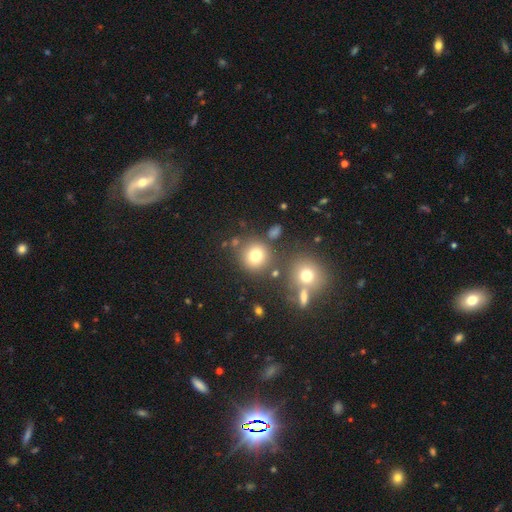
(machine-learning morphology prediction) Smooth or featured? Predicted: smooth (p=0.74). How rounded? Predicted: round (p=0.90). Merging? Predicted: none (p=0.75).